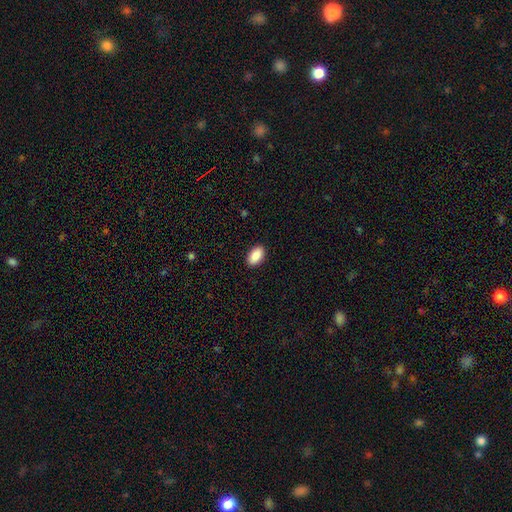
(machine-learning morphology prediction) The model was most divided on "smooth or featured": smooth: 89%, star or artifact: 7%, featured or disk: 4%. More confident: how rounded — in between (94%); merging — none (90%).